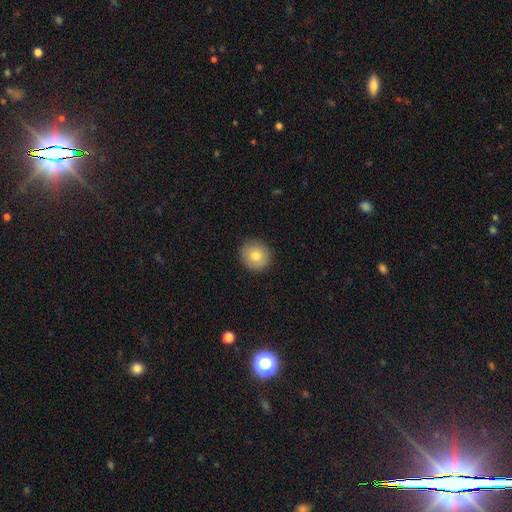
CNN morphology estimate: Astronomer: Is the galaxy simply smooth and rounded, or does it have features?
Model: smooth — 79%.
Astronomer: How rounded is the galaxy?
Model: round — 91%.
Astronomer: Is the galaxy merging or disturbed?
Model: none — 91%.